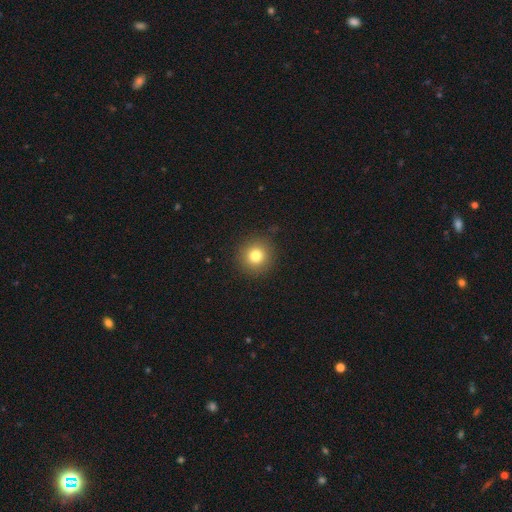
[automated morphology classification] Smooth or featured? Predicted: smooth (p=0.80). How rounded? Predicted: round (p=0.93). Merging? Predicted: none (p=0.90).